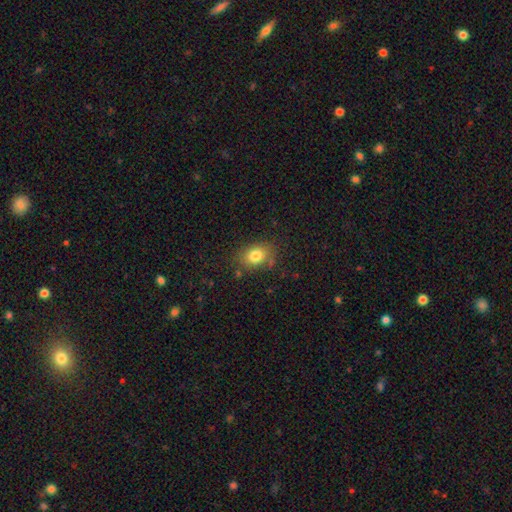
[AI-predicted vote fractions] A smooth galaxy with no disk features (80%) that is in between round and cigar-shaped (69%). Merging: none (75%).